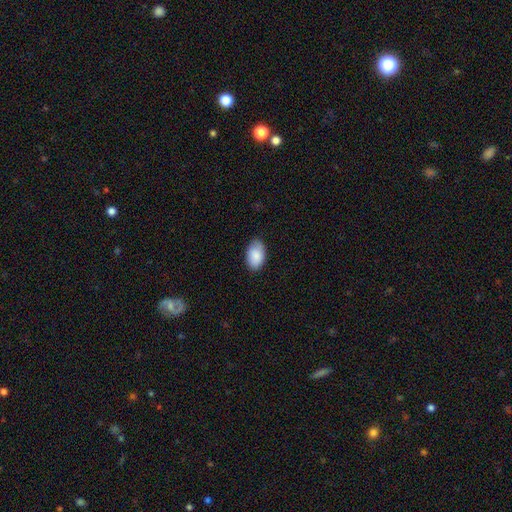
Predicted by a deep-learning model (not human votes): smooth-or-featured: smooth: 87% | featured or disk: 7% | star or artifact: 6%
  how-rounded: in between: 93% | round: 6% | cigar-shaped: 1%
  merging: none: 81% | minor disturbance: 16% | major disturbance: 3% | merger: 1%